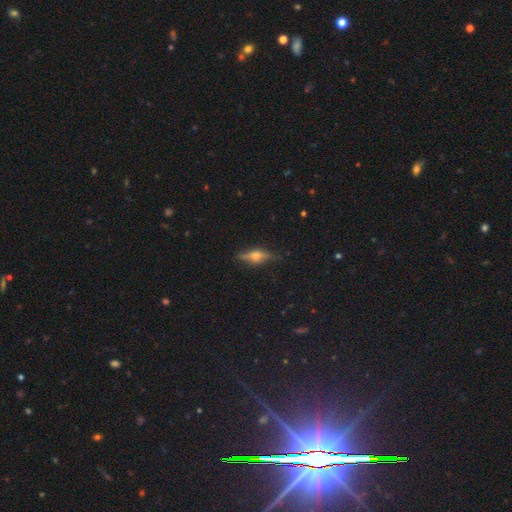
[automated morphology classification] Overall: featured or disk (67%). Edge-on disk: yes (95%). Edge-on bulge: rounded (90%). Merging: none (84%).